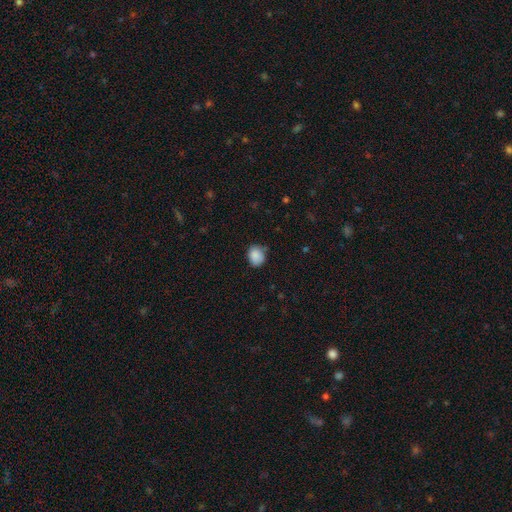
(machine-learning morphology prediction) A smooth galaxy with no disk features (87%) that is round (58%). Merging: none (70%).